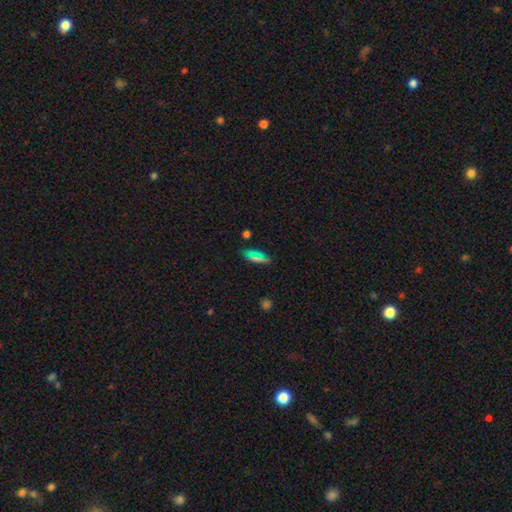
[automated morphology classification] This is likely a smooth galaxy (63%). How rounded: clearly in between (81%). Merging: clearly none (81%).